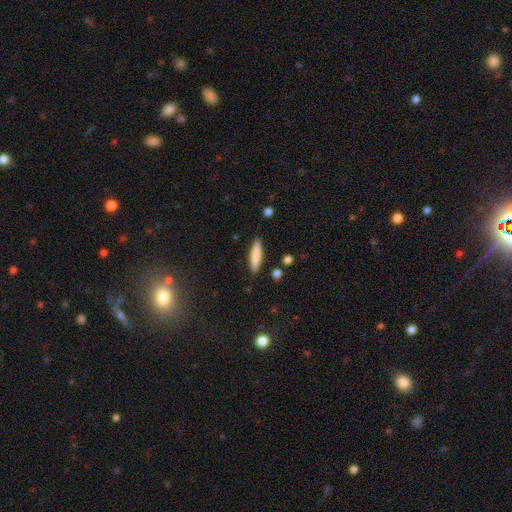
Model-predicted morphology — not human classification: A smooth galaxy with no disk features (80%) that is cigar-shaped (83%).

Vote fractions:
- Smooth or featured? smooth: 80% / featured or disk: 13% / star or artifact: 6%
- How rounded? cigar-shaped: 83% / in between: 16% / round: 1%
- Merging? none: 88% / minor disturbance: 8% / merger: 2% / major disturbance: 2%